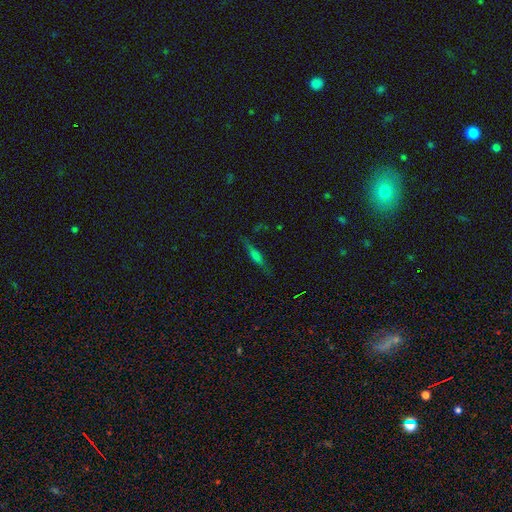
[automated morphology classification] A smooth galaxy with no disk features (46%).

Vote fractions:
- Smooth or featured? smooth: 46% / featured or disk: 42% / star or artifact: 12%
- Merging? none: 76% / minor disturbance: 17% / major disturbance: 5% / merger: 2%